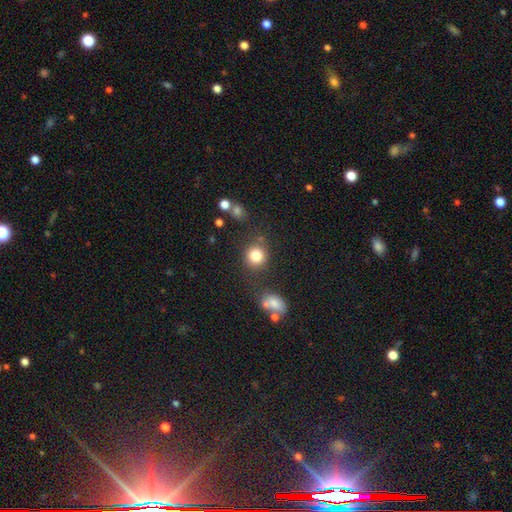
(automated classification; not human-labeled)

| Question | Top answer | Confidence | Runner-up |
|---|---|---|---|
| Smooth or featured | smooth | 82% | star or artifact (11%) |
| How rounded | round | 88% | in between (11%) |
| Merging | none | 76% | minor disturbance (11%) |